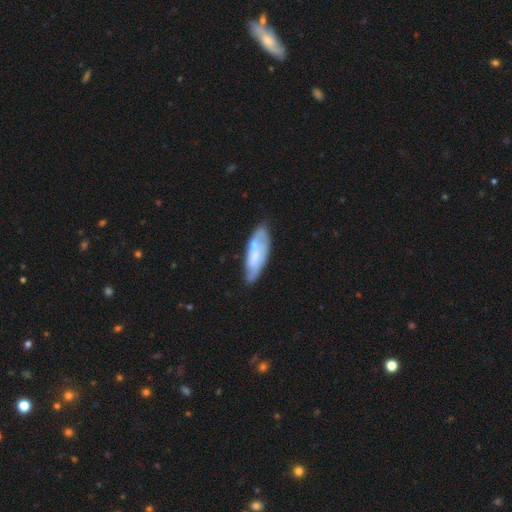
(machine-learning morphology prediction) smooth 48%, featured or disk 46%, star or artifact 6%. Down the decision tree: merging — none (57%).